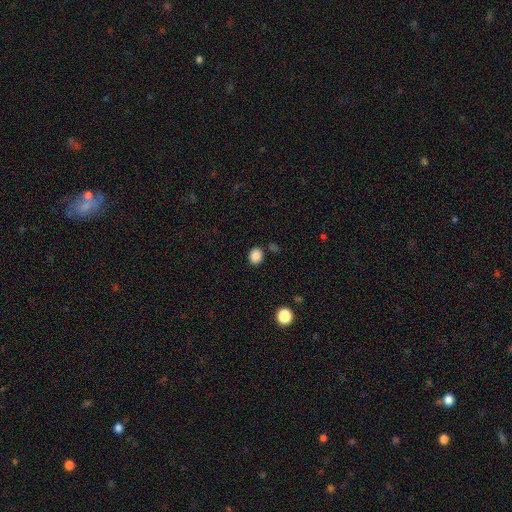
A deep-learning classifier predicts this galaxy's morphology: This appears to be a smooth galaxy with no disk features (87%) that is round (62%). Merging: none (83%).